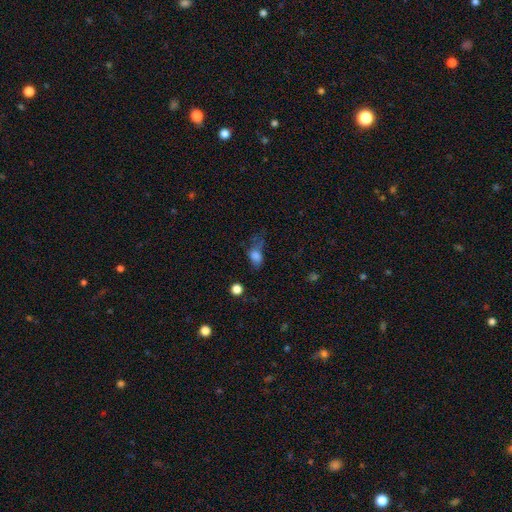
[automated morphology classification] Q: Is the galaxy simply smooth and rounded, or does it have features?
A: smooth — 75%.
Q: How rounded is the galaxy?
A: in between — 75%.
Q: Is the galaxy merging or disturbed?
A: major disturbance — 37%.